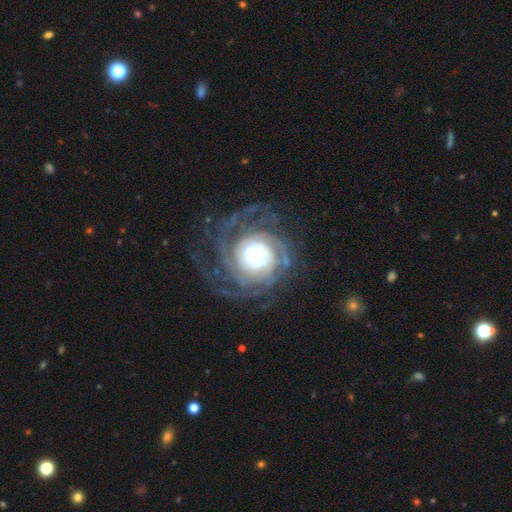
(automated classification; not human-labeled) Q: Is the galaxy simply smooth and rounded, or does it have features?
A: featured or disk — 87%.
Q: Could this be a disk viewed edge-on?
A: no — 98%.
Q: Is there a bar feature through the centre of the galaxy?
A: no — 75%.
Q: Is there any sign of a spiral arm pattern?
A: yes — 97%.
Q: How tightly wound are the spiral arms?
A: tight — 72%.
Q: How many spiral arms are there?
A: can't tell — 23%.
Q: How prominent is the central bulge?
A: large — 48%.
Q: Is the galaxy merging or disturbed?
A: none — 70%.